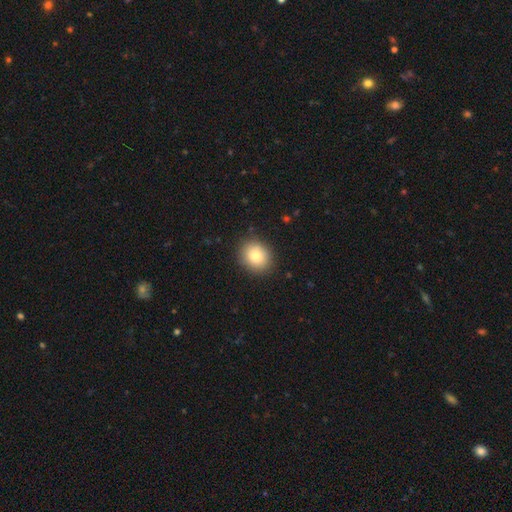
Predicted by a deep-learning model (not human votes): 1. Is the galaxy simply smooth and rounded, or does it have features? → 81% smooth, 10% star or artifact, 10% featured or disk.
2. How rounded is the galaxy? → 69% round, 30% in between, 1% cigar-shaped.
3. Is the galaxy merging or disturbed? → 87% none, 9% minor disturbance, 3% major disturbance, 1% merger.